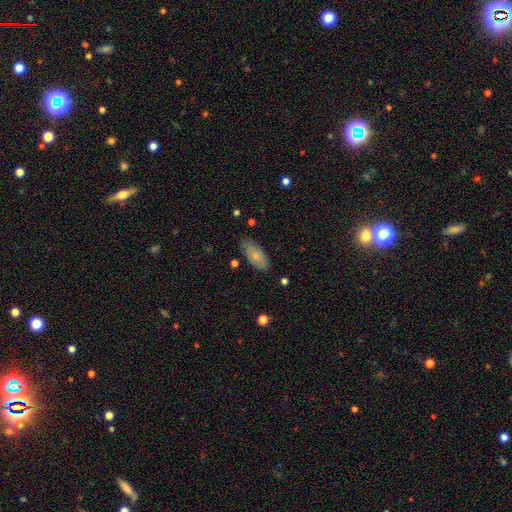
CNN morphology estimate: Smooth or featured: smooth — 73% (featured or disk — 21%)
How rounded: in between — 85% (cigar-shaped — 12%)
Merging: none — 80% (minor disturbance — 16%)